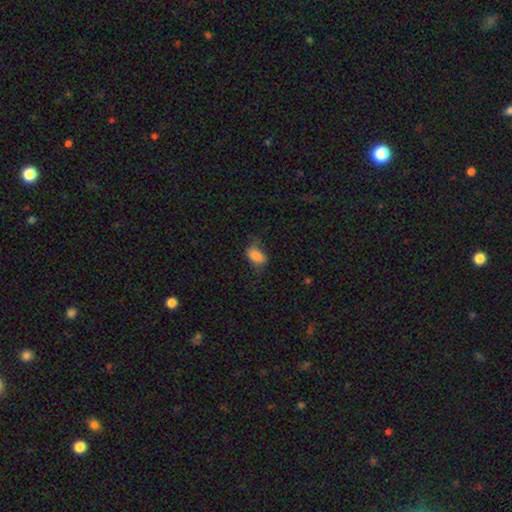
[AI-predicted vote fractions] Smooth or featured? Predicted: smooth (p=0.81). How rounded? Predicted: in between (p=0.89). Merging? Predicted: none (p=0.54).